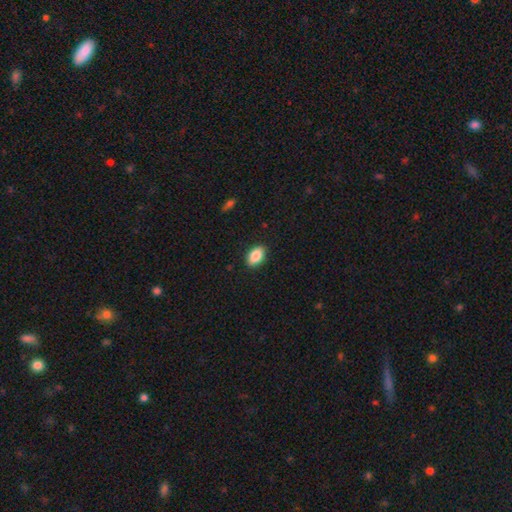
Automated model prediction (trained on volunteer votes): Smooth or featured: smooth — 87% (star or artifact — 7%)
How rounded: in between — 91% (round — 6%)
Merging: none — 89% (minor disturbance — 8%)